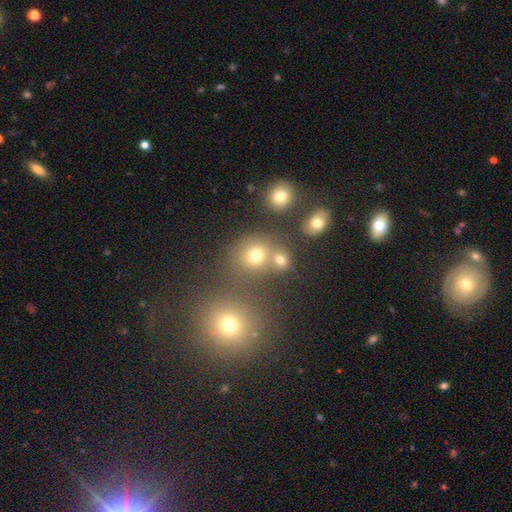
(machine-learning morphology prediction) Smooth or featured? smooth (72%)
How rounded? round (81%)
Merging? none (62%)